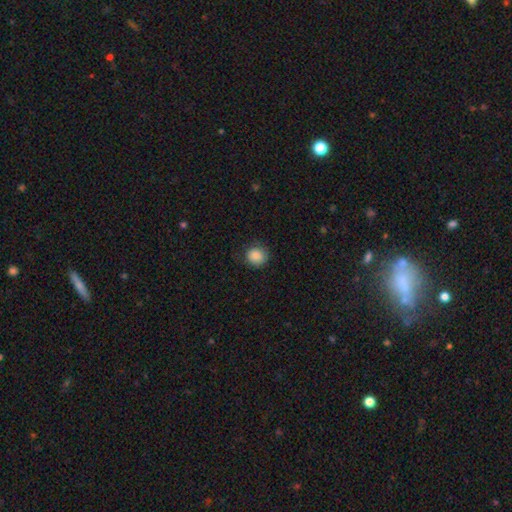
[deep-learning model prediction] This appears to be a smooth galaxy with no disk features (86%) that is round (87%). Merging: none (80%).